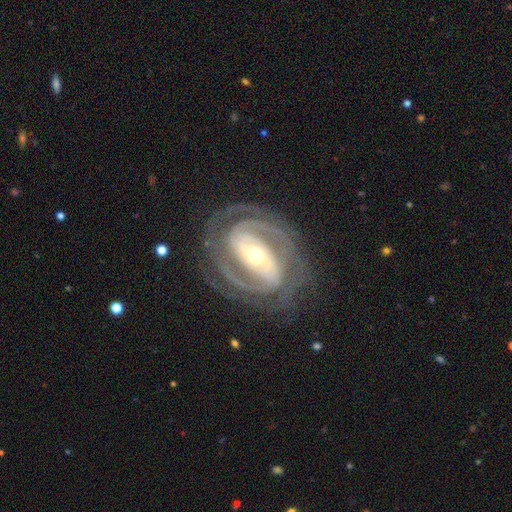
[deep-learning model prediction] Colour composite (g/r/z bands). It shows a featured or disk galaxy (90%) with a strong bar (56%), 2 (59%) tight (66%) spiral arms (97%) and a moderate central bulge (49%). Merging: none (79%).